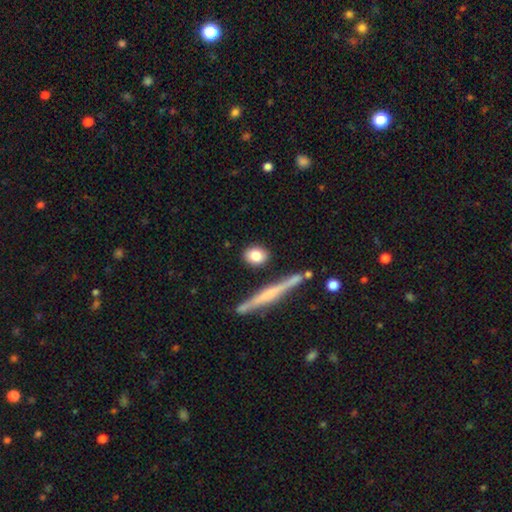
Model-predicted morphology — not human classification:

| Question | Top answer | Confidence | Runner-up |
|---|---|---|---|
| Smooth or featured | smooth | 80% | featured or disk (13%) |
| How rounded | round | 53% | in between (40%) |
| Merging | none | 84% | minor disturbance (9%) |